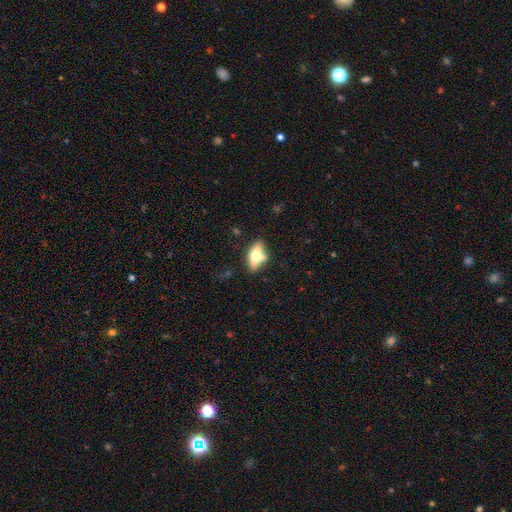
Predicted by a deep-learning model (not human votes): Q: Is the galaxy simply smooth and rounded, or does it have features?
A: smooth — 62%.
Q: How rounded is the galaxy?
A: in between — 83%.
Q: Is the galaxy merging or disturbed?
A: none — 68%.